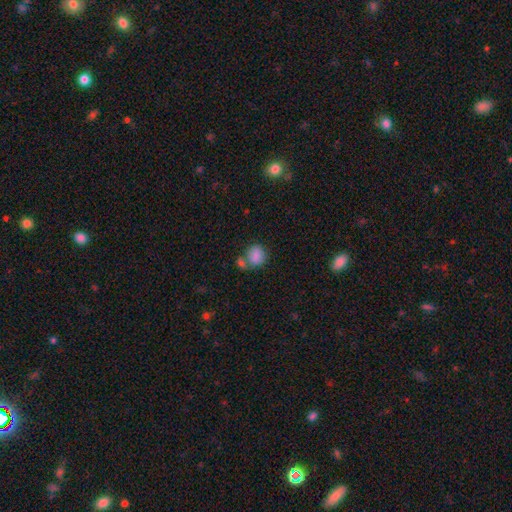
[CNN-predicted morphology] Smooth or featured? Predicted: smooth (p=0.84). How rounded? Predicted: round (p=0.58). Merging? Predicted: none (p=0.47).